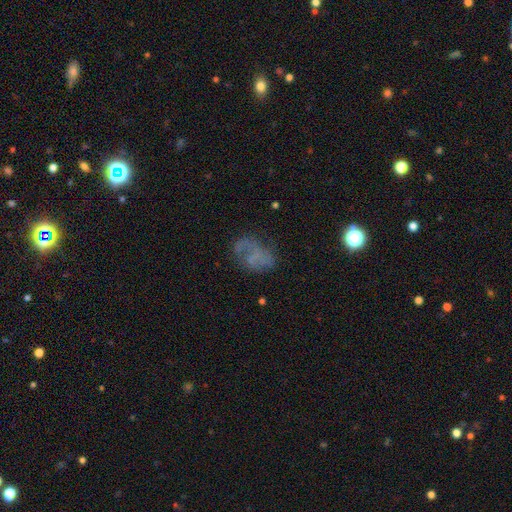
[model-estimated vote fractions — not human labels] Overall: featured or disk (51%; smooth 33%). Edge-on disk: no (97%). Merging: none (47%; major disturbance 26%).